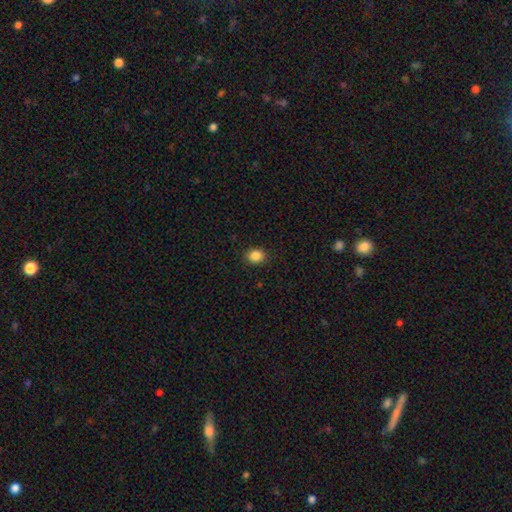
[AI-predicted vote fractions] A smooth galaxy with no disk features (86%) that is round (68%). Merging: none (89%).